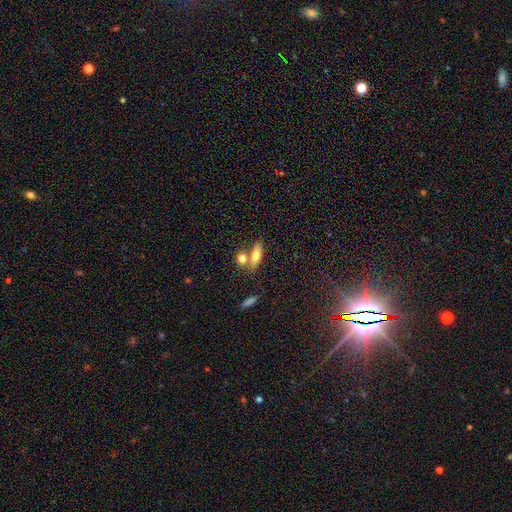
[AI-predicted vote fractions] The model was most divided on "how rounded": in between: 56%, cigar-shaped: 36%, round: 8%. More confident: smooth or featured — smooth (67%); merging — none (54%).